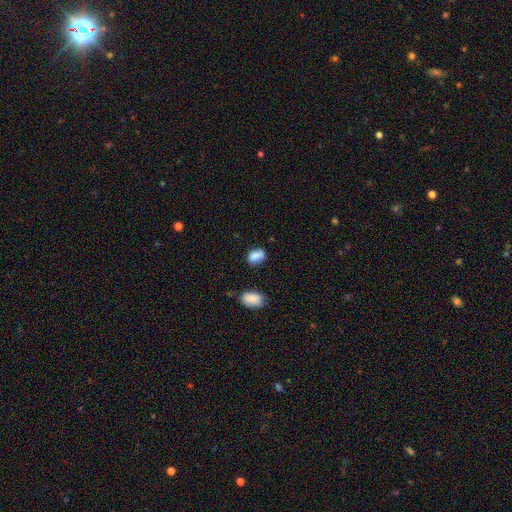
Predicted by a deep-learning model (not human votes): smooth-or-featured: smooth: 85% | star or artifact: 9% | featured or disk: 6%
  how-rounded: in between: 82% | round: 16% | cigar-shaped: 2%
  merging: none: 67% | minor disturbance: 23% | merger: 6% | major disturbance: 5%